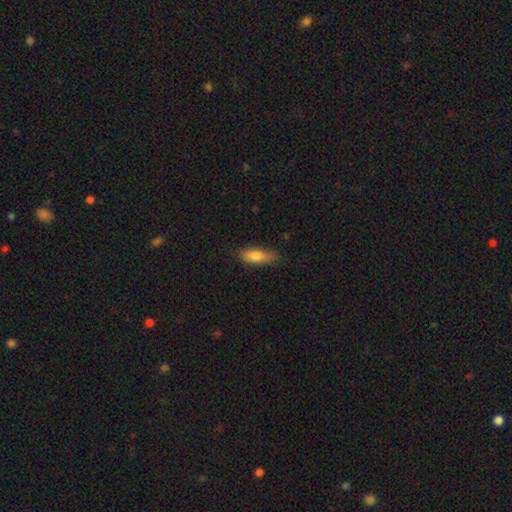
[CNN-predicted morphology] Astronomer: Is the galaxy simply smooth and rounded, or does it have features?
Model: smooth — 80%.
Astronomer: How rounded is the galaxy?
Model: in between — 66%.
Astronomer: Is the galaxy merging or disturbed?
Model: none — 74%.